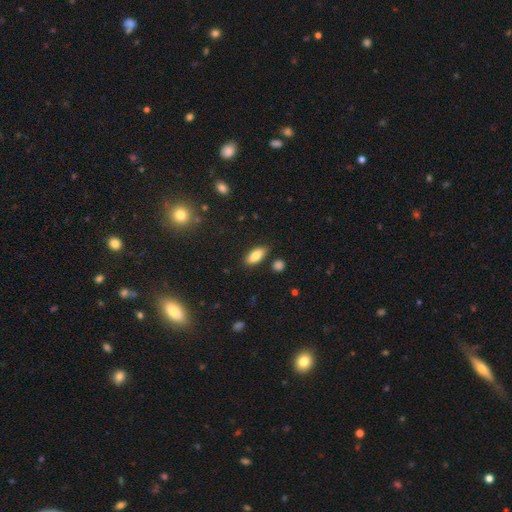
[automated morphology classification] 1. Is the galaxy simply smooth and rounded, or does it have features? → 82% smooth, 11% featured or disk, 7% star or artifact.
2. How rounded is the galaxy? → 84% in between, 13% cigar-shaped, 3% round.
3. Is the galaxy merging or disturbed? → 83% none, 12% minor disturbance, 3% merger, 2% major disturbance.